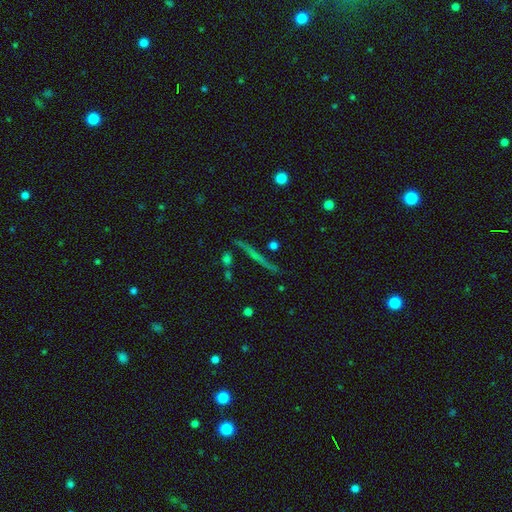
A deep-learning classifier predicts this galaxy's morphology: type=featured or disk (61%); edge-on=yes (96%); edge-on bulge=none (69%); merging=none (87%).